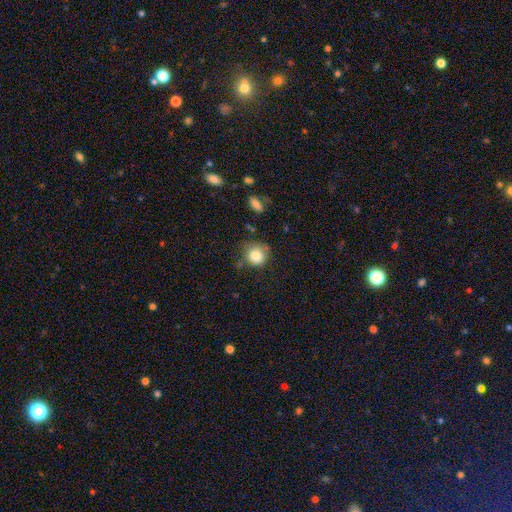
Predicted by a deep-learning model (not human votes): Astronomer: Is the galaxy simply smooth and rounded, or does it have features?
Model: smooth — 82%.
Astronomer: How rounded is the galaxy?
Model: round — 86%.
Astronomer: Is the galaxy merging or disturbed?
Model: none — 61%.